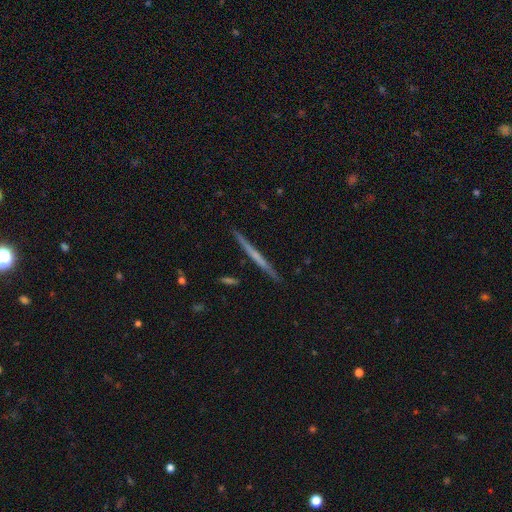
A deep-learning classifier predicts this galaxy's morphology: Q: Smooth or featured?
A: featured or disk (57%); runner-up: smooth (38%)
Q: Edge-on disk?
A: yes (98%); runner-up: no (2%)
Q: Edge-on bulge?
A: none (85%); runner-up: rounded (11%)
Q: Merging?
A: none (91%); runner-up: minor disturbance (6%)